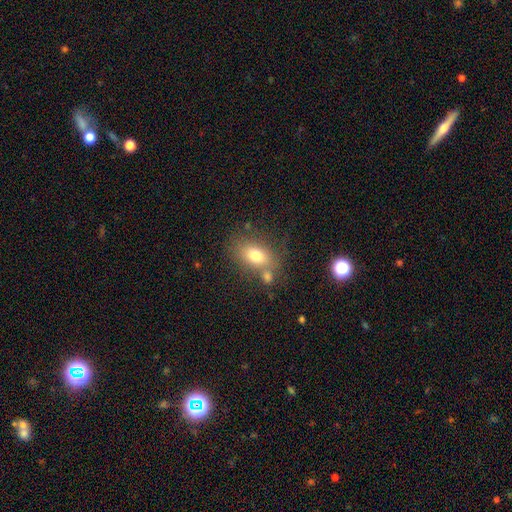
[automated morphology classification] Smooth or featured? smooth (75%)
How rounded? in between (80%)
Merging? none (61%)